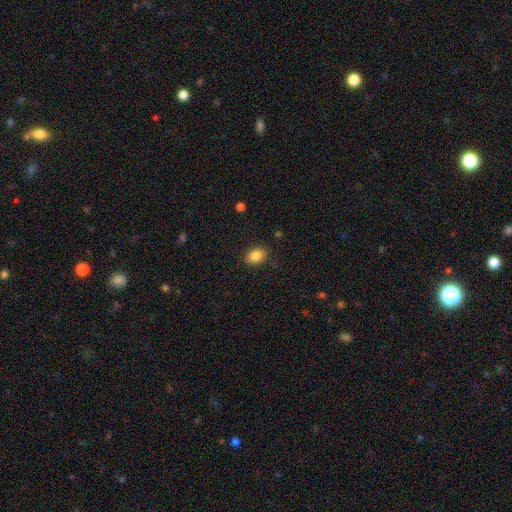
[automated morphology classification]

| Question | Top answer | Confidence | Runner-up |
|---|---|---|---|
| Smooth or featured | smooth | 86% | star or artifact (9%) |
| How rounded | in between | 74% | round (25%) |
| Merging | none | 86% | minor disturbance (10%) |